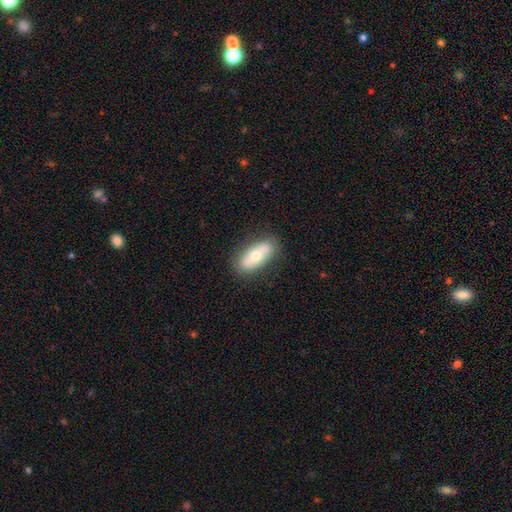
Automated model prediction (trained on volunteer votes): smooth-or-featured: smooth: 57% | featured or disk: 36% | star or artifact: 7%
  how-rounded: in between: 81% | cigar-shaped: 16% | round: 4%
  merging: none: 83% | minor disturbance: 12% | major disturbance: 3% | merger: 1%